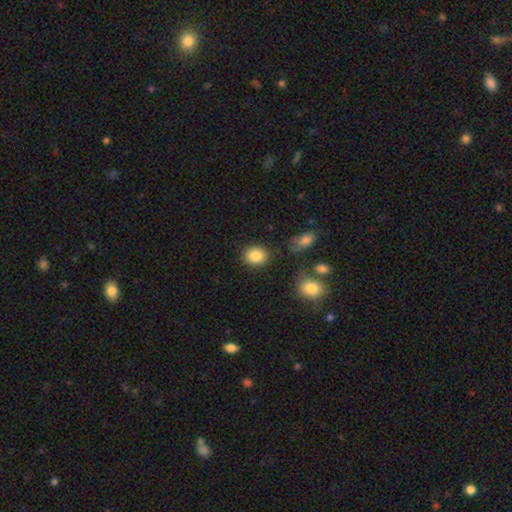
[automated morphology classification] Q: Smooth or featured?
A: smooth (86%); runner-up: star or artifact (9%)
Q: How rounded?
A: round (63%); runner-up: in between (36%)
Q: Merging?
A: none (85%); runner-up: minor disturbance (9%)